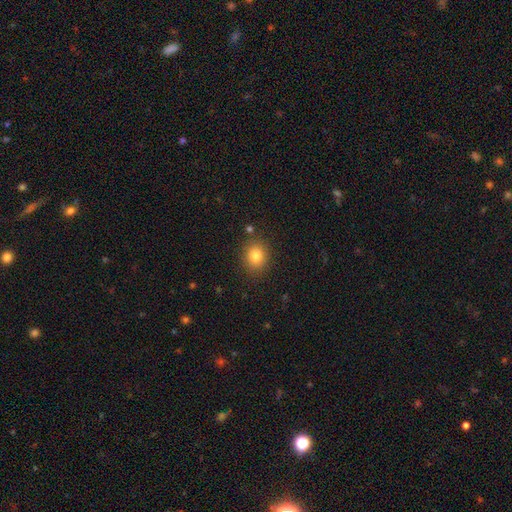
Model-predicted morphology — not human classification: This is clearly a smooth galaxy (82%). How rounded: likely round (70%). Merging: clearly none (86%).